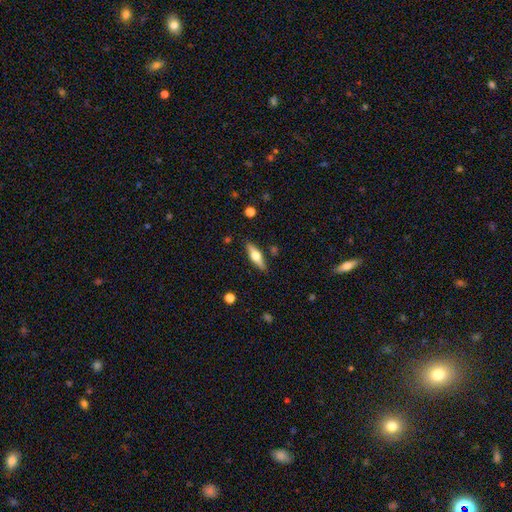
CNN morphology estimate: Smooth or featured?
  - featured or disk: 53% *
  - smooth: 41%
  - star or artifact: 6%
Edge-on disk?
  - yes: 93% *
  - no: 7%
Merging?
  - none: 87% *
  - minor disturbance: 9%
  - major disturbance: 2%
  - merger: 2%